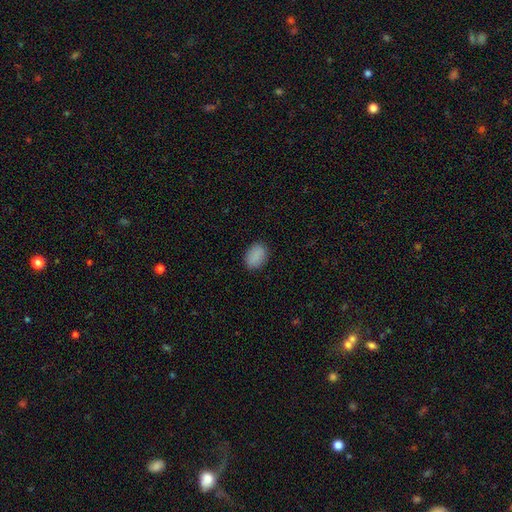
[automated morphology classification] This is clearly a smooth galaxy (88%). How rounded: likely in between (76%). Merging: clearly none (88%).